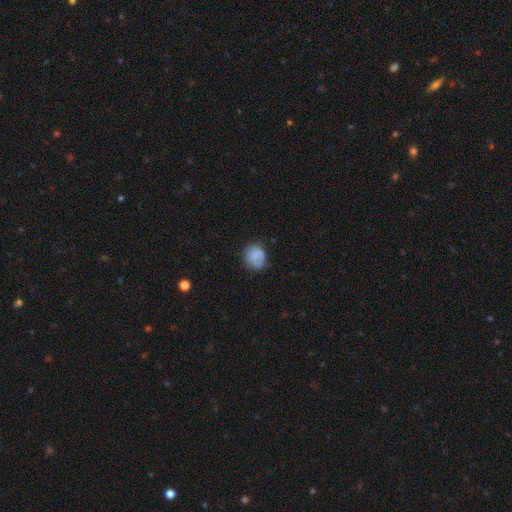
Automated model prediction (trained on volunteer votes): Smooth or featured: smooth — 79% (featured or disk — 12%)
How rounded: round — 72% (in between — 27%)
Merging: none — 66% (minor disturbance — 24%)